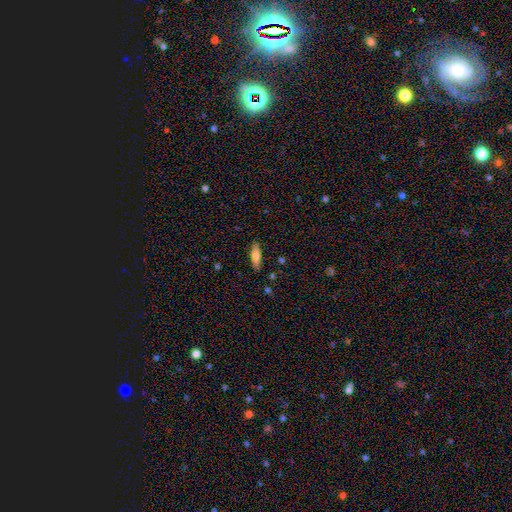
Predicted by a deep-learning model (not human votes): smooth_or_featured: smooth (p=0.72) [alt: featured or disk p=0.21]
how_rounded: in between (p=0.51) [alt: cigar-shaped p=0.47]
merging: none (p=0.86) [alt: minor disturbance p=0.10]